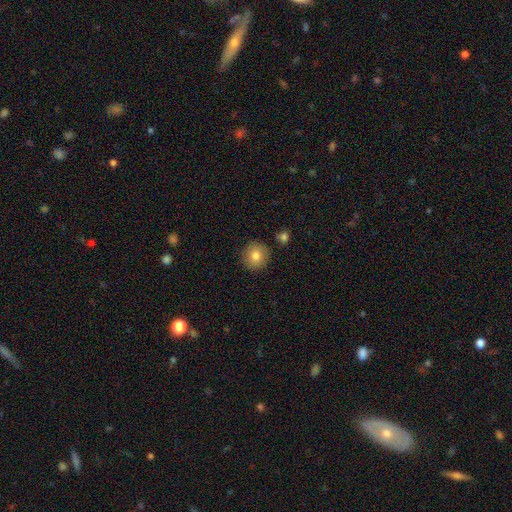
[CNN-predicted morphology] type=smooth (81%); roundness=round (92%); merging=none (87%).